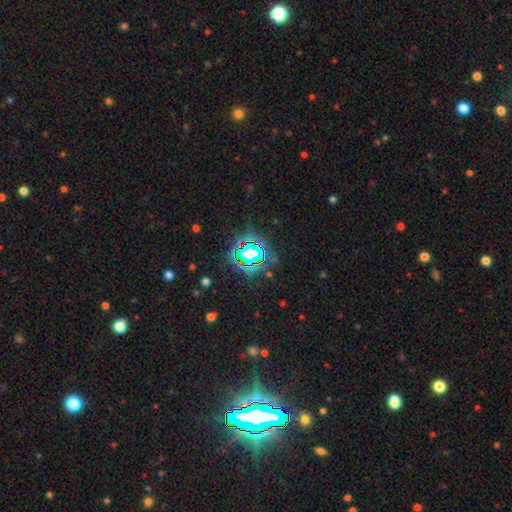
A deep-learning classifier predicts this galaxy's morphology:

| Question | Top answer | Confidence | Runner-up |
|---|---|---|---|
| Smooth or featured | star or artifact | 73% | smooth (16%) |